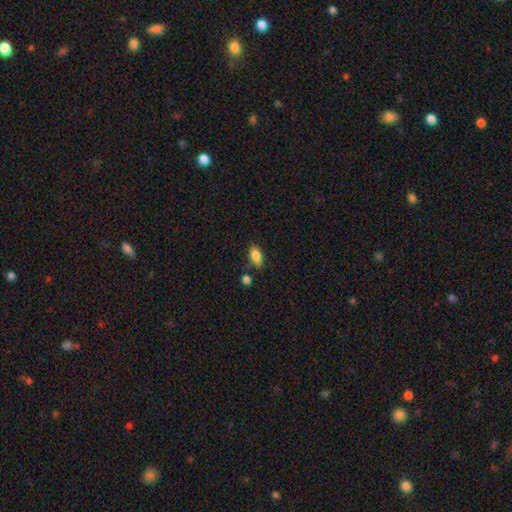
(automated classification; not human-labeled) smooth 83%, featured or disk 9%, star or artifact 8%. Down the decision tree: how rounded — in between (86%); merging — none (77%).